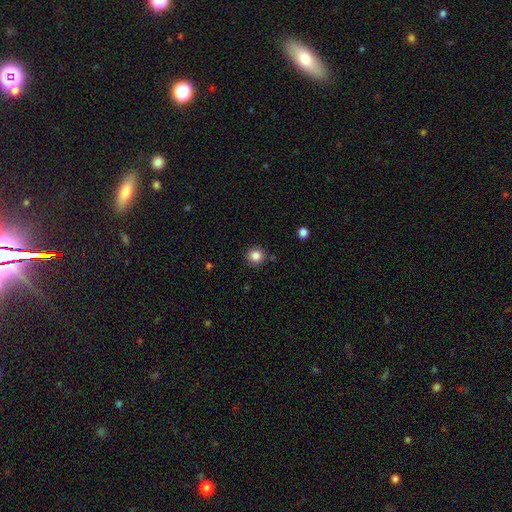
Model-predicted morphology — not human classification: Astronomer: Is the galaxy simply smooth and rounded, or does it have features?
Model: smooth — 85%.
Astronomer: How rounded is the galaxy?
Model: round — 93%.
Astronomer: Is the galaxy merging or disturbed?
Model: none — 88%.